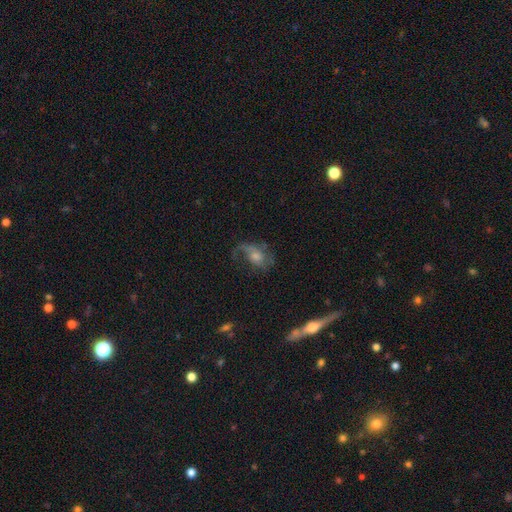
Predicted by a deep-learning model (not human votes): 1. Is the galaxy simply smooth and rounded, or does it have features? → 70% featured or disk, 19% smooth, 10% star or artifact.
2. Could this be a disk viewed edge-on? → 89% no, 11% yes.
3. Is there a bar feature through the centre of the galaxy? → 68% no, 26% weak, 6% strong.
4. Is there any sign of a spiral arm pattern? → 85% yes, 15% no.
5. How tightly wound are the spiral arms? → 54% loose, 32% medium, 14% tight.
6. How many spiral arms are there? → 42% 1, 41% 2, 11% can't tell, 3% 3, 2% 4, 1% more than 4.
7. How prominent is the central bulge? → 52% moderate, 30% small, 11% large, 5% none, 2% dominant.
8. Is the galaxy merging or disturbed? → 49% none, 27% major disturbance, 21% minor disturbance, 3% merger.